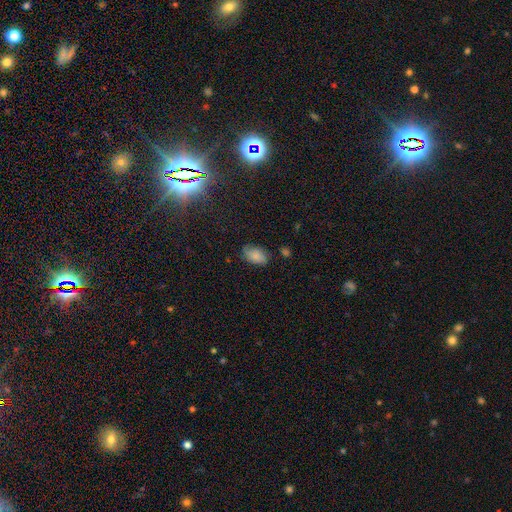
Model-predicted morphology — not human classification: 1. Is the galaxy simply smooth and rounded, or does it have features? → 80% smooth, 11% featured or disk, 9% star or artifact.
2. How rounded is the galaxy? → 92% in between, 7% round, 2% cigar-shaped.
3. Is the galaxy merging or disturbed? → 73% none, 21% minor disturbance, 4% major disturbance, 2% merger.